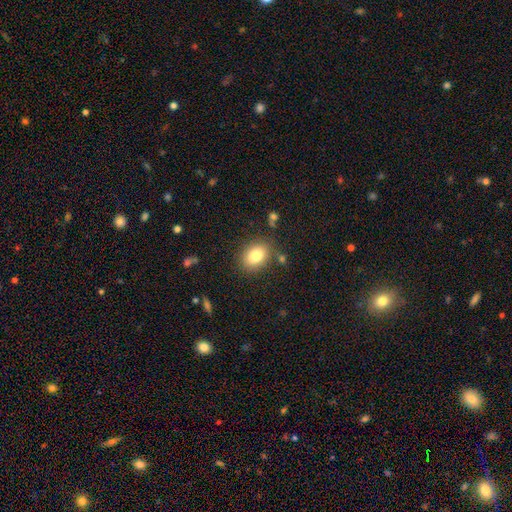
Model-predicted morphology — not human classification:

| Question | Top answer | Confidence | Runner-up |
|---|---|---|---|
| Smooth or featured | smooth | 83% | star or artifact (9%) |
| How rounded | in between | 78% | round (21%) |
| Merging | none | 82% | minor disturbance (11%) |